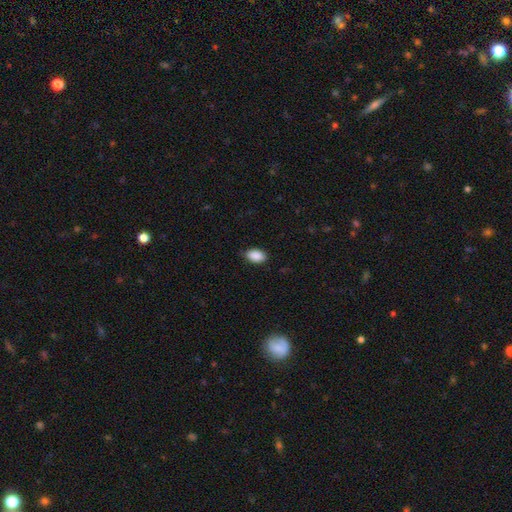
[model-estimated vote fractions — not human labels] smooth 90%, star or artifact 7%, featured or disk 3%. Down the decision tree: how rounded — in between (92%); merging — none (82%).